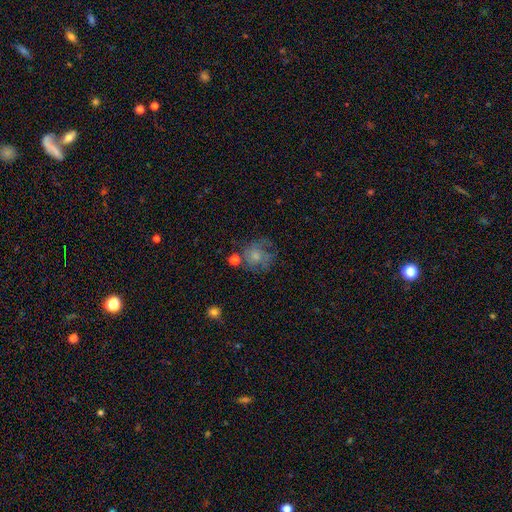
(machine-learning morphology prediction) A smooth galaxy with no disk features (57%) that is round (77%). Merging: none (49%).